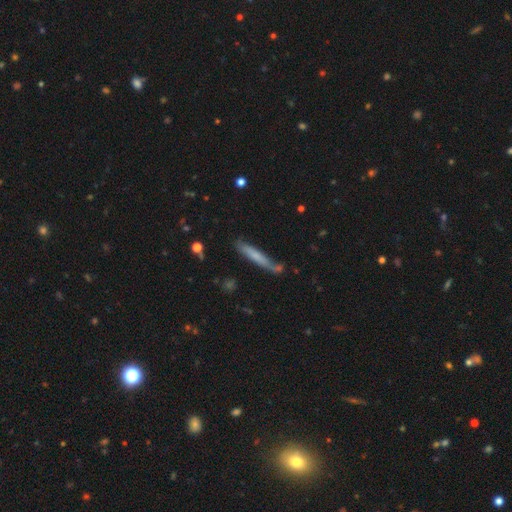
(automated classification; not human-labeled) smooth_or_featured: smooth (p=0.63) [alt: featured or disk p=0.30]
how_rounded: cigar-shaped (p=0.94) [alt: in between p=0.05]
merging: none (p=0.67) [alt: minor disturbance p=0.21]